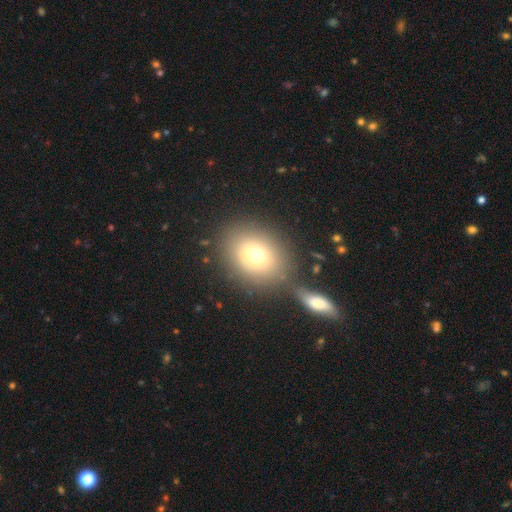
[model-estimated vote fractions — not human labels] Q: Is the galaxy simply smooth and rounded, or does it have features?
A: smooth — 70%.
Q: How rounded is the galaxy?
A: round — 64%.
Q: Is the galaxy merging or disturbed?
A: none — 61%.